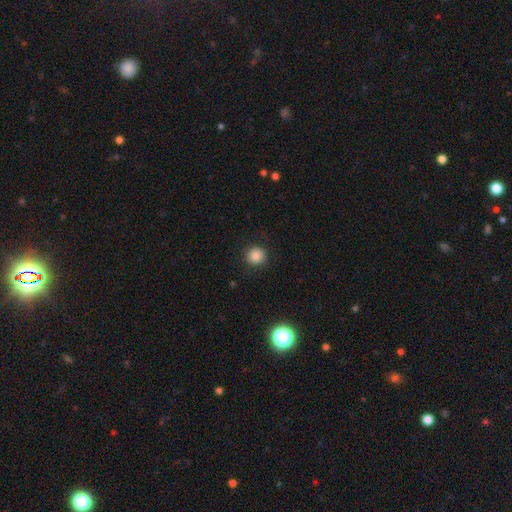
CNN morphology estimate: A smooth galaxy with no disk features (87%) that is round (90%).

Vote fractions:
- Smooth or featured? smooth: 87% / star or artifact: 10% / featured or disk: 3%
- How rounded? round: 90% / in between: 9% / cigar-shaped: 1%
- Merging? none: 89% / minor disturbance: 7% / major disturbance: 3% / merger: 1%